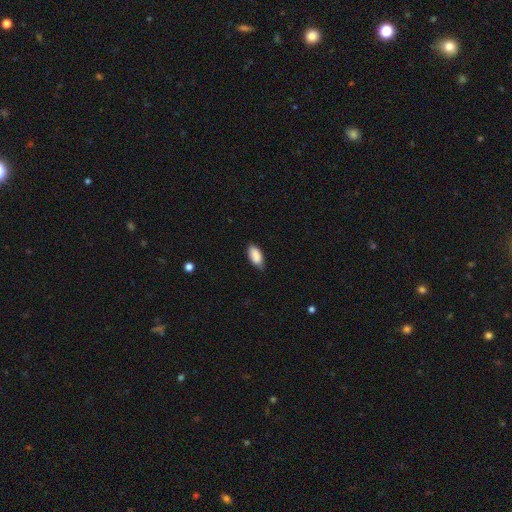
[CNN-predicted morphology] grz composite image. It shows a smooth galaxy with no disk features (88%) that is in between round and cigar-shaped (91%). Merging: none (71%).